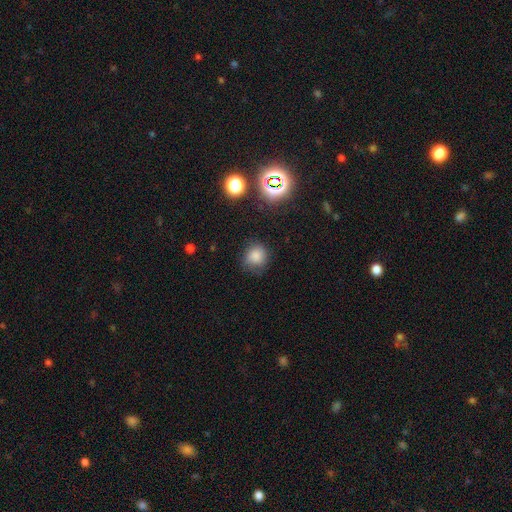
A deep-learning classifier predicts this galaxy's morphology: This is likely a smooth galaxy (79%). How rounded: clearly round (85%). Merging: likely none (76%).